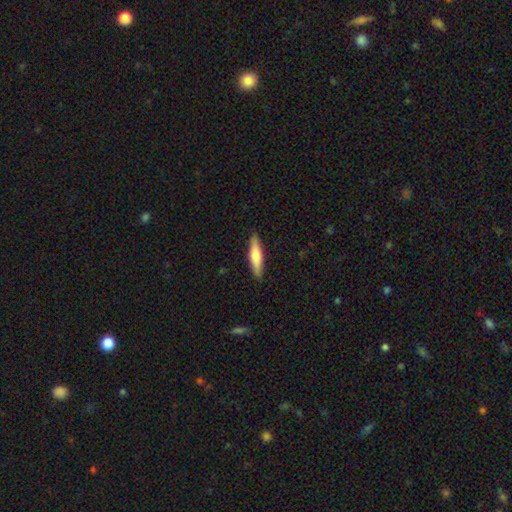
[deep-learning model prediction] Smooth or featured? smooth (65%)
How rounded? cigar-shaped (76%)
Merging? none (89%)